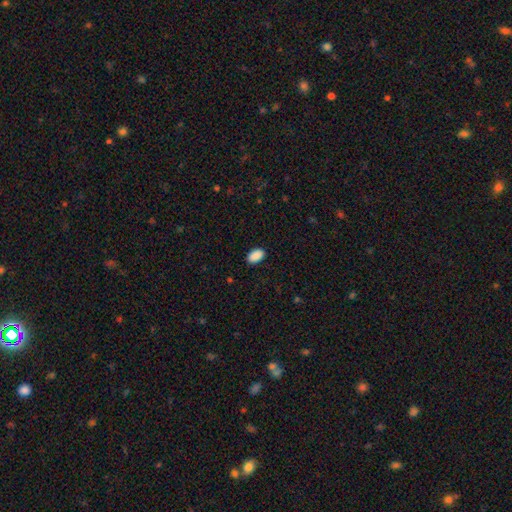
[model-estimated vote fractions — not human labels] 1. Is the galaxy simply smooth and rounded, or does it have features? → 90% smooth, 7% star or artifact, 2% featured or disk.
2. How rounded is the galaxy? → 92% in between, 6% round, 1% cigar-shaped.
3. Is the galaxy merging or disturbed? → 88% none, 9% minor disturbance, 2% major disturbance, 1% merger.